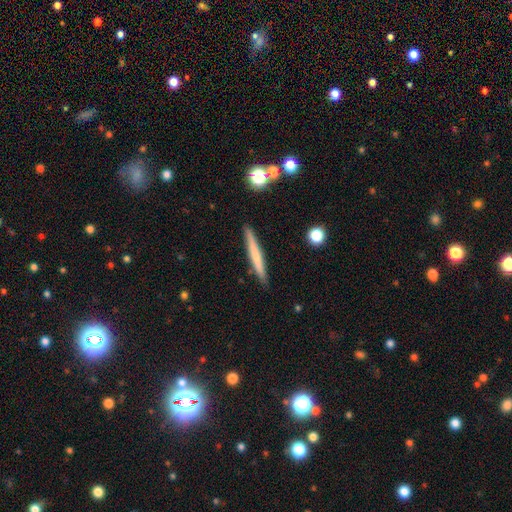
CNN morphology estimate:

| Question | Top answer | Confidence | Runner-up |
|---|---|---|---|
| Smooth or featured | smooth | 62% | featured or disk (32%) |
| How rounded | cigar-shaped | 96% | in between (2%) |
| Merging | none | 90% | minor disturbance (7%) |